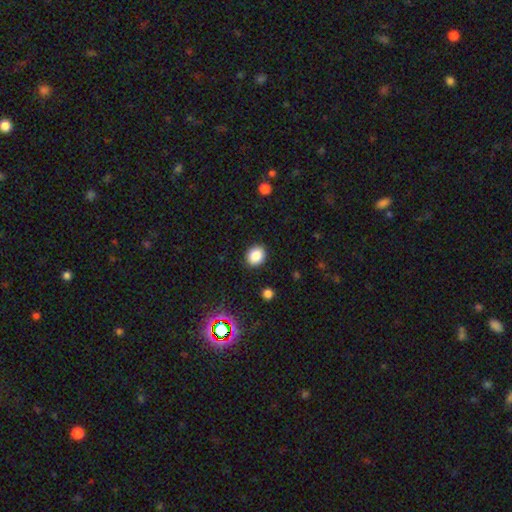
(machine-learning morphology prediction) Smooth or featured? smooth (85%)
How rounded? round (66%)
Merging? none (89%)